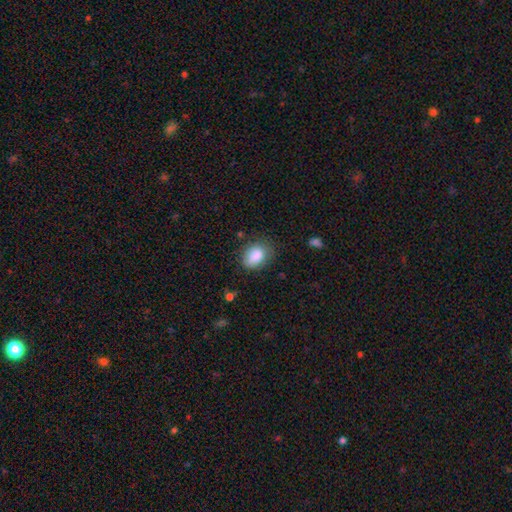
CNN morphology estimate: smooth-or-featured: smooth: 85% | star or artifact: 8% | featured or disk: 6%
  how-rounded: in between: 72% | round: 27% | cigar-shaped: 1%
  merging: none: 69% | minor disturbance: 23% | major disturbance: 6% | merger: 2%